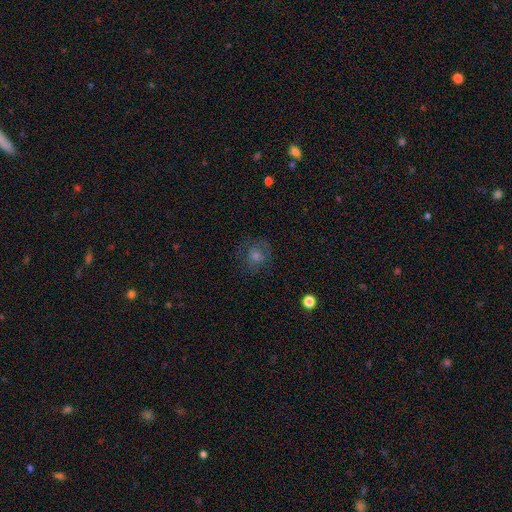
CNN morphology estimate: Smooth or featured?
  - smooth: 46% *
  - featured or disk: 33%
  - star or artifact: 21%
Merging?
  - none: 74% *
  - minor disturbance: 15%
  - major disturbance: 10%
  - merger: 1%